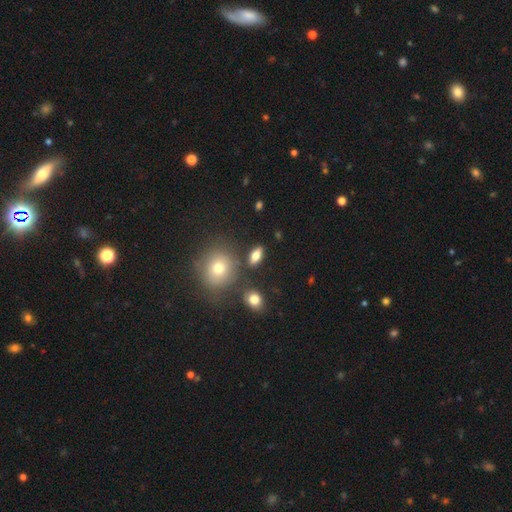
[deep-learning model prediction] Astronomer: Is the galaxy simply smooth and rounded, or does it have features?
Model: smooth — 73%.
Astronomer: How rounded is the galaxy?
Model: in between — 76%.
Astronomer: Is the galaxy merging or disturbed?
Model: none — 81%.